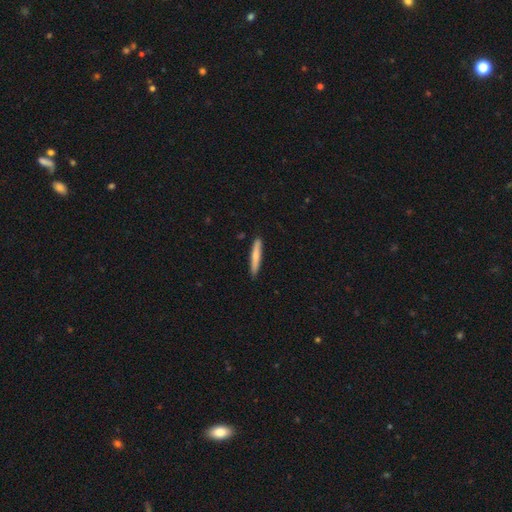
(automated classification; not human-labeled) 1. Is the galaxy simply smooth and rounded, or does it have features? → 69% smooth, 26% featured or disk, 5% star or artifact.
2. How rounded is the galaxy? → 94% cigar-shaped, 5% in between, 1% round.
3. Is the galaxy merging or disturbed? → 88% none, 9% minor disturbance, 1% major disturbance, 1% merger.